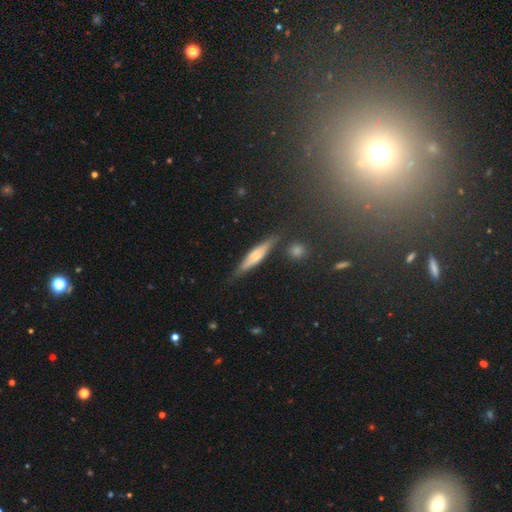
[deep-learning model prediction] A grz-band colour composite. It shows a featured or disk galaxy (52%) viewed edge-on (92%). Merging: none (80%).